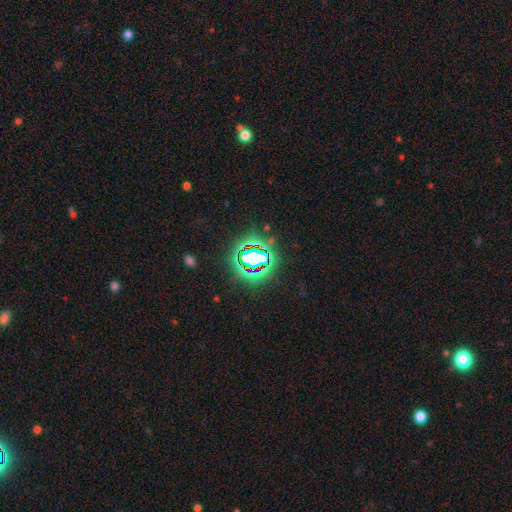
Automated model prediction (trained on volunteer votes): Smooth or featured: star or artifact — 69% (smooth — 19%)